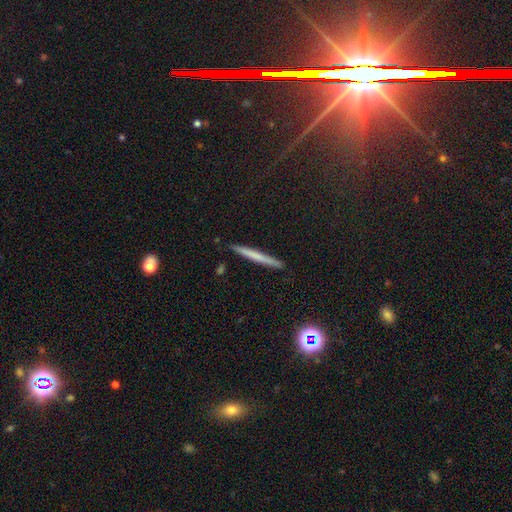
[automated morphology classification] This is possibly a smooth galaxy (58%). How rounded: clearly cigar-shaped (97%). Merging: clearly none (90%).